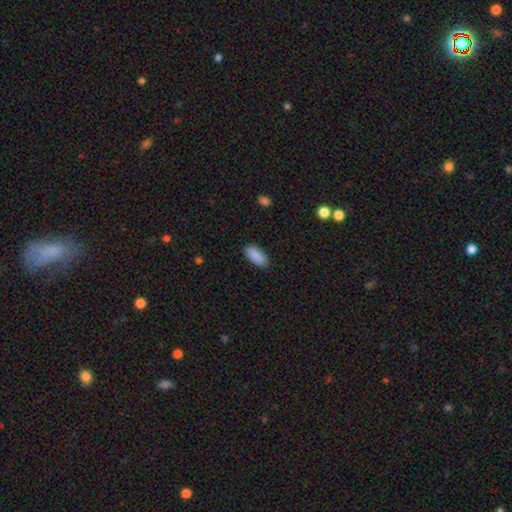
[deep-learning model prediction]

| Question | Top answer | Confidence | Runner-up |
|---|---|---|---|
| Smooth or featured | smooth | 90% | star or artifact (7%) |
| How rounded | in between | 88% | cigar-shaped (11%) |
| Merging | none | 85% | minor disturbance (12%) |